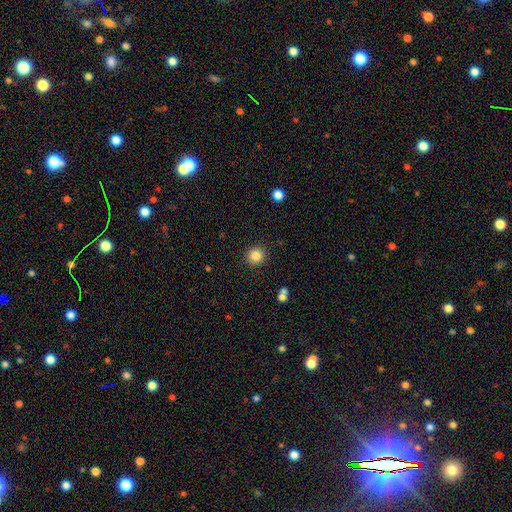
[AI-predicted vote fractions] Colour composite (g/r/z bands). It shows a smooth galaxy with no disk features (84%) that is round (91%). Merging: none (90%).